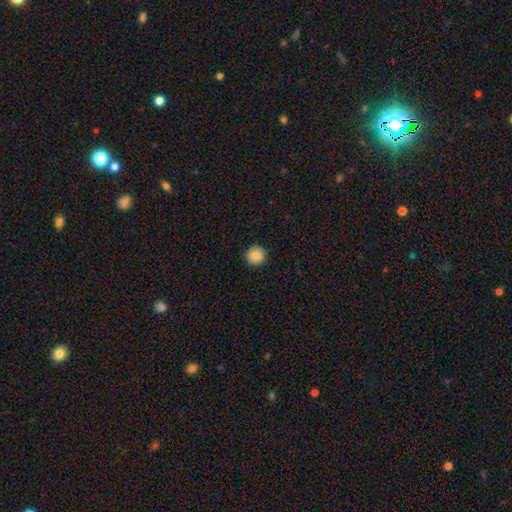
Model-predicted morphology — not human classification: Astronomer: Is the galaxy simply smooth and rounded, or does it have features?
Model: smooth — 85%.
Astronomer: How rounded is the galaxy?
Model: round — 95%.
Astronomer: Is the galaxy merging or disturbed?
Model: none — 93%.